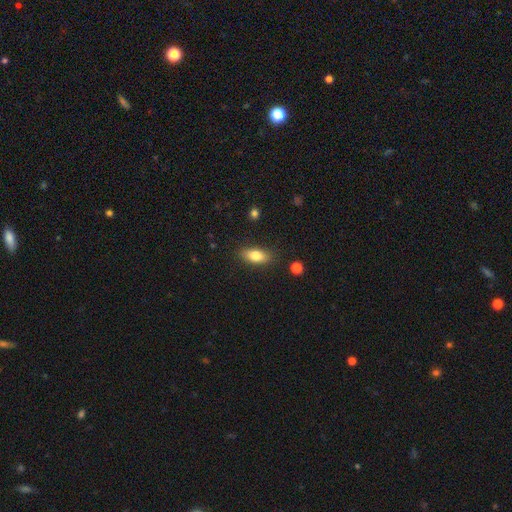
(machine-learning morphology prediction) Smooth or featured? smooth (79%)
How rounded? in between (82%)
Merging? none (86%)